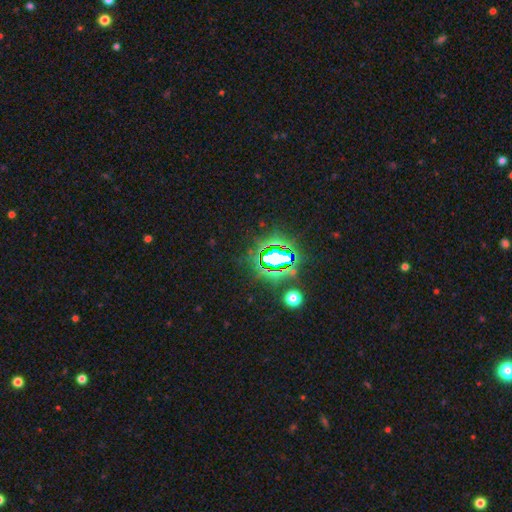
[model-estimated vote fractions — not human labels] star or artifact 83%, smooth 10%, featured or disk 7%.